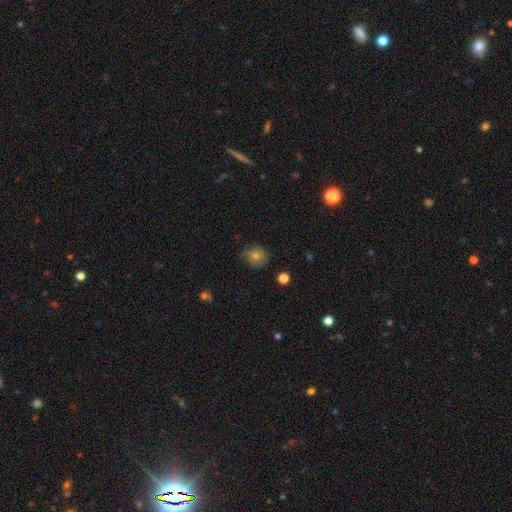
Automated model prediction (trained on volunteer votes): Smooth or featured?
  - smooth: 64% *
  - featured or disk: 20%
  - star or artifact: 16%
How rounded?
  - round: 84% *
  - in between: 15%
  - cigar-shaped: 1%
Merging?
  - none: 73% *
  - minor disturbance: 20%
  - major disturbance: 5%
  - merger: 1%